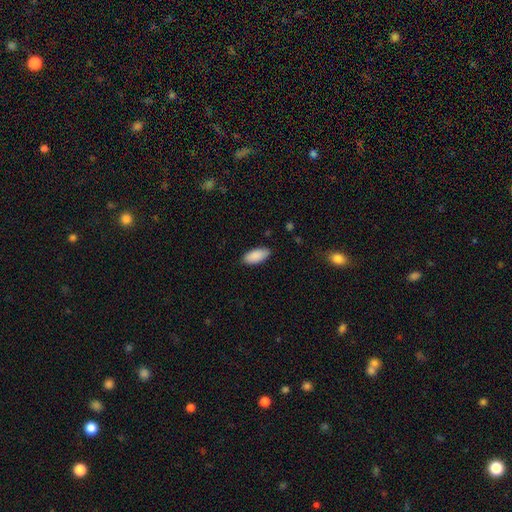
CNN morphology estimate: smooth_or_featured: smooth (p=0.90) [alt: star or artifact p=0.06]
how_rounded: in between (p=0.91) [alt: cigar-shaped p=0.08]
merging: none (p=0.86) [alt: minor disturbance p=0.11]